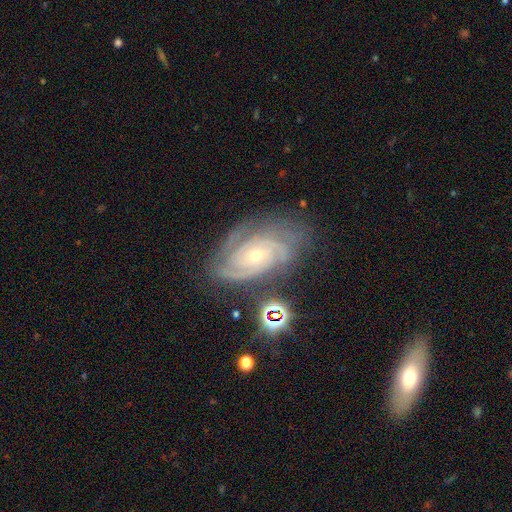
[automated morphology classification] This appears to be a featured or disk galaxy (88%) with no bar (72%), 3 (37%) tight (71%) spiral arms (98%) and a small central bulge (65%). Merging: none (71%).